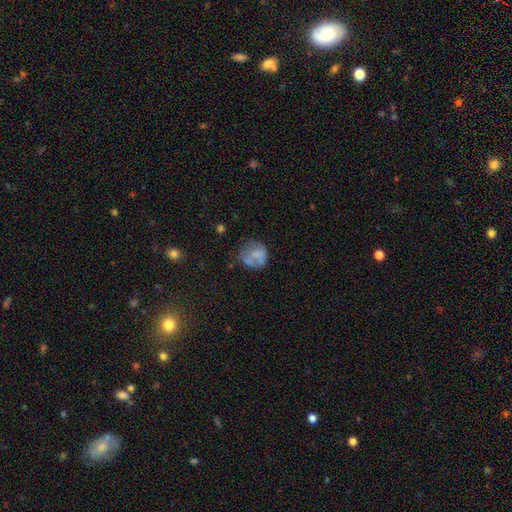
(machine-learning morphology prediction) Smooth or featured?
  - smooth: 58% *
  - featured or disk: 32%
  - star or artifact: 10%
How rounded?
  - round: 81% *
  - in between: 18%
  - cigar-shaped: 1%
Merging?
  - none: 52% *
  - minor disturbance: 24%
  - major disturbance: 16%
  - merger: 8%